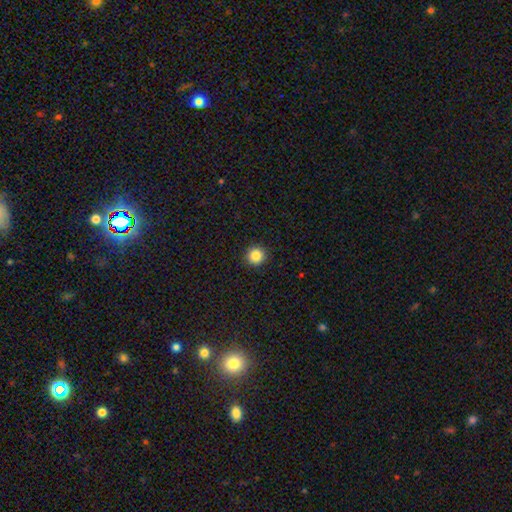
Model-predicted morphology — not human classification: Smooth or featured: smooth — 86% (star or artifact — 10%)
How rounded: round — 94% (in between — 5%)
Merging: none — 93% (minor disturbance — 5%)